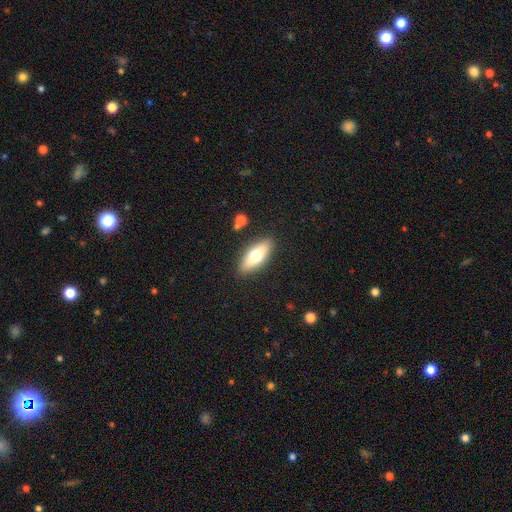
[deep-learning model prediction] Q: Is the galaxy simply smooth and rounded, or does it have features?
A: smooth — 65%.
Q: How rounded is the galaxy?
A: in between — 69%.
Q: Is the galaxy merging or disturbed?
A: none — 87%.